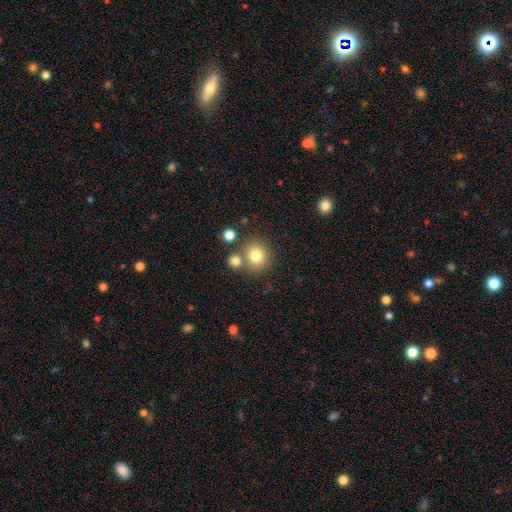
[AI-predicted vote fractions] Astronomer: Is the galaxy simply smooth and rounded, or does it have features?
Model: smooth — 78%.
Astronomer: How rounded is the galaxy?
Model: round — 88%.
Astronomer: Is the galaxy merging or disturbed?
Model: none — 70%.